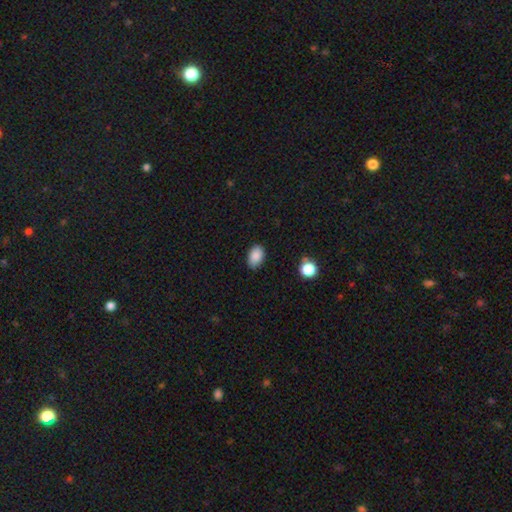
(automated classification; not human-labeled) Smooth or featured? Predicted: smooth (p=0.88). How rounded? Predicted: in between (p=0.87). Merging? Predicted: none (p=0.82).